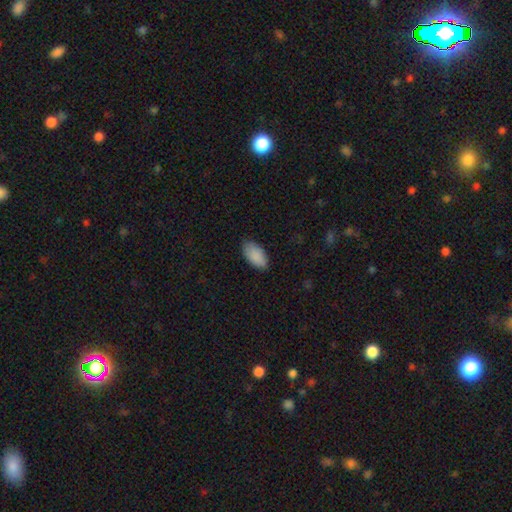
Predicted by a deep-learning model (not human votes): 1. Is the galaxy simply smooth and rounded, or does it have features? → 89% smooth, 6% star or artifact, 5% featured or disk.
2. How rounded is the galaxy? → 95% in between, 2% round, 2% cigar-shaped.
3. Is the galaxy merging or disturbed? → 80% none, 16% minor disturbance, 3% major disturbance, 1% merger.